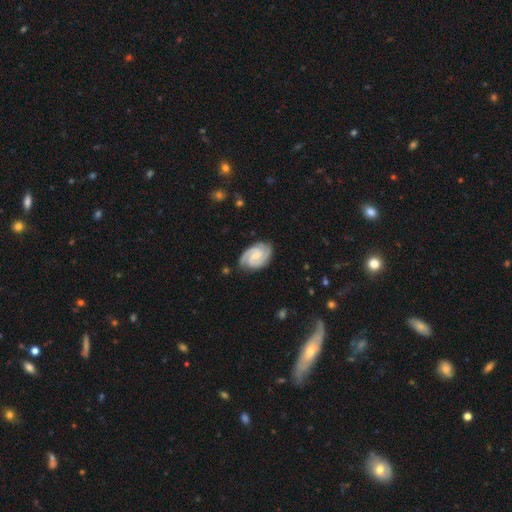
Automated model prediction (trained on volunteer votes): Smooth or featured: featured or disk — 89% (smooth — 7%)
Edge-on disk: no — 98% (yes — 2%)
Bar: no — 46% (weak — 44%)
Spiral arms: yes — 98% (no — 2%)
Spiral winding: tight — 62% (medium — 34%)
Spiral arm count: 2 — 79% (3 — 12%)
Bulge size: small — 58% (moderate — 28%)
Merging: none — 81% (minor disturbance — 14%)